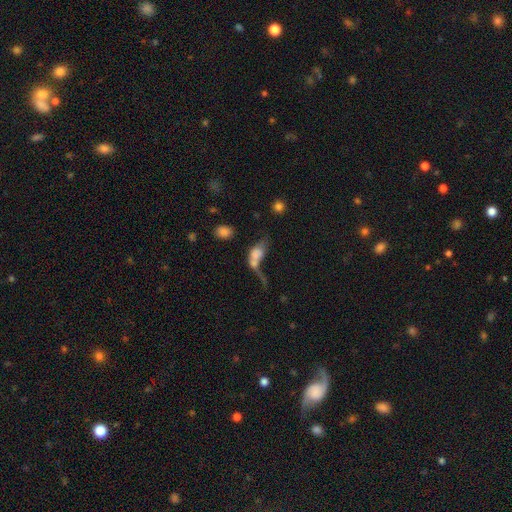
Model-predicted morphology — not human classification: Overall: smooth (59%; featured or disk 29%). How rounded: in between (77%). Merging: merger (55%; major disturbance 24%).